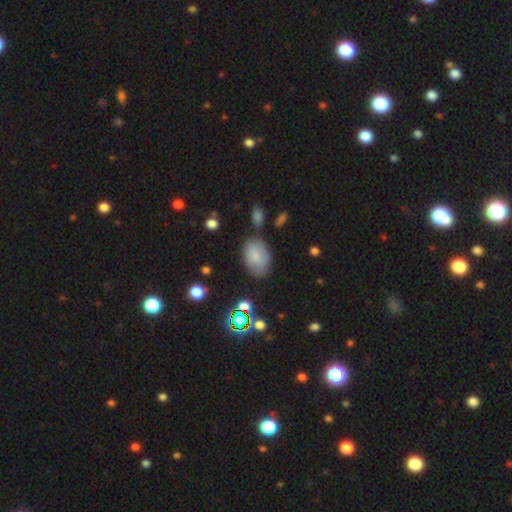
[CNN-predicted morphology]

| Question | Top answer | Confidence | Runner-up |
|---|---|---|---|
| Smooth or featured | smooth | 79% | featured or disk (12%) |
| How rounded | in between | 87% | round (12%) |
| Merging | none | 70% | minor disturbance (19%) |